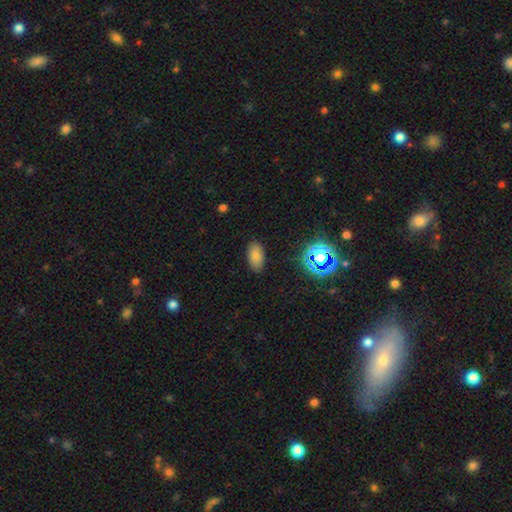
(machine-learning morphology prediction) Smooth or featured? Predicted: smooth (p=0.78). How rounded? Predicted: in between (p=0.93). Merging? Predicted: none (p=0.86).